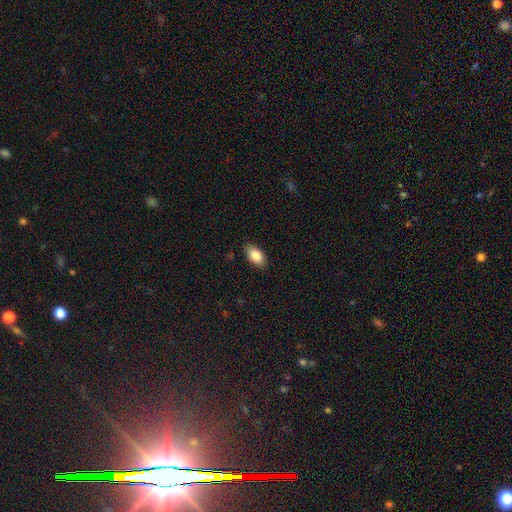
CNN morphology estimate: Smooth or featured?
  - smooth: 85% *
  - featured or disk: 8%
  - star or artifact: 7%
How rounded?
  - in between: 93% *
  - round: 4%
  - cigar-shaped: 3%
Merging?
  - none: 87% *
  - minor disturbance: 10%
  - major disturbance: 2%
  - merger: 1%